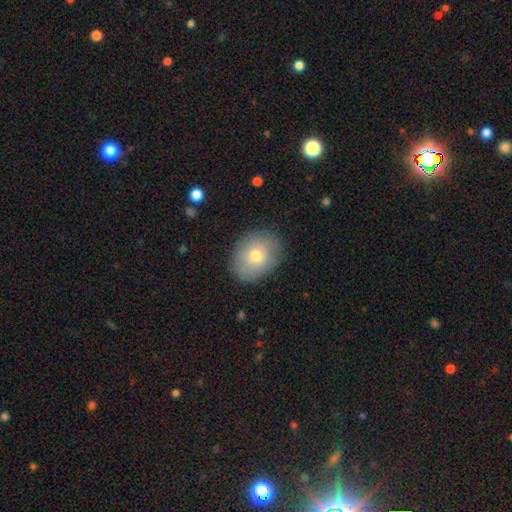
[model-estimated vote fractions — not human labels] Smooth or featured? smooth (74%)
How rounded? in between (53%)
Merging? none (86%)